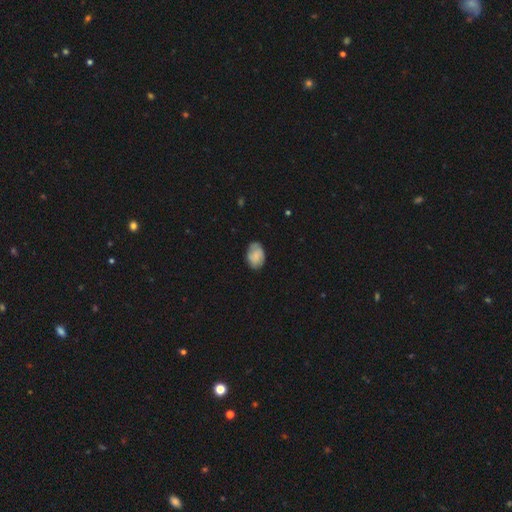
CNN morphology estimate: smooth_or_featured: smooth (p=0.72) [alt: featured or disk p=0.20]
how_rounded: in between (p=0.82) [alt: round p=0.17]
merging: none (p=0.72) [alt: minor disturbance p=0.22]